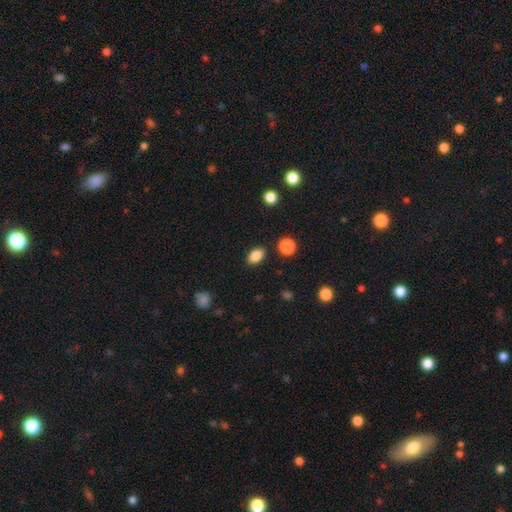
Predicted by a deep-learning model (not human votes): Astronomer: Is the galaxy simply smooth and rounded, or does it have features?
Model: smooth — 86%.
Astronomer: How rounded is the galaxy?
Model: in between — 85%.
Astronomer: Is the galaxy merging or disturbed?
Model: none — 86%.